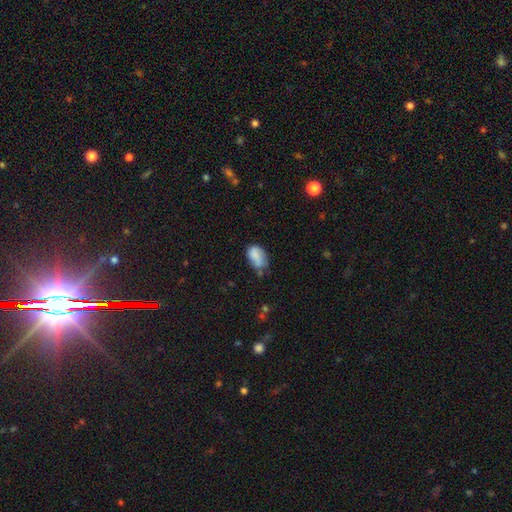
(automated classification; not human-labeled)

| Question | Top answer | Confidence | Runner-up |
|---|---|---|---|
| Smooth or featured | smooth | 75% | featured or disk (16%) |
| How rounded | in between | 86% | round (12%) |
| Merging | none | 42% | minor disturbance (38%) |